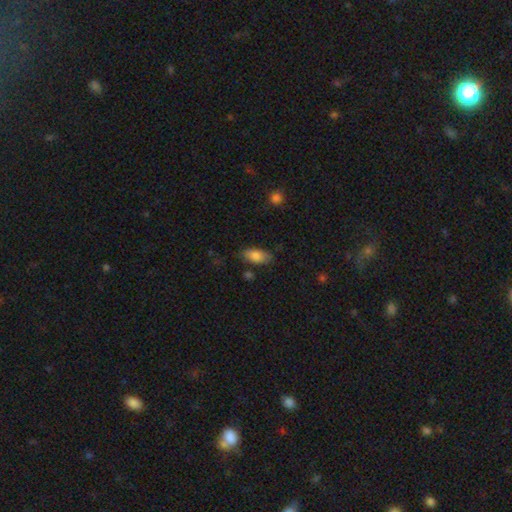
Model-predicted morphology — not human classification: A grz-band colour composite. It shows a smooth galaxy with no disk features (82%) that is in between round and cigar-shaped (89%). Merging: none (76%).